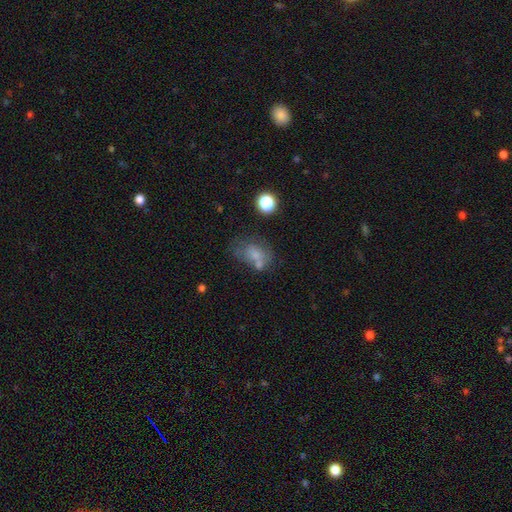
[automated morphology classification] Smooth or featured? smooth (61%)
How rounded? in between (74%)
Merging? none (35%)